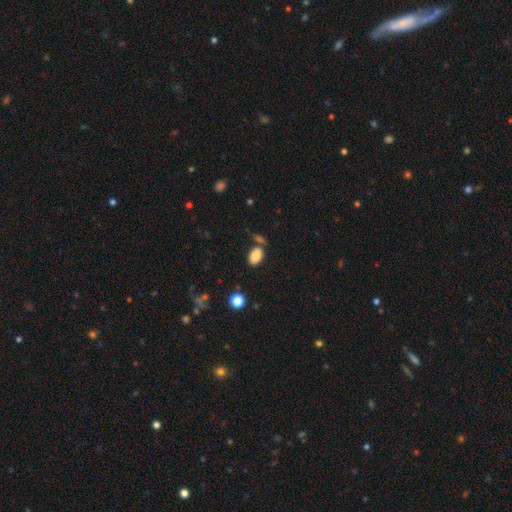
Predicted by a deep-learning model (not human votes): This appears to be a smooth galaxy with no disk features (84%) that is in between round and cigar-shaped (88%). Merging: none (68%).